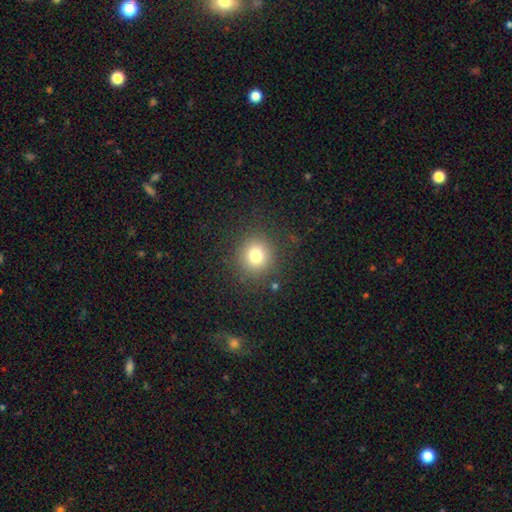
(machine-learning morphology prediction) Smooth or featured: smooth — 77% (star or artifact — 14%)
How rounded: round — 89% (in between — 10%)
Merging: none — 87% (minor disturbance — 8%)